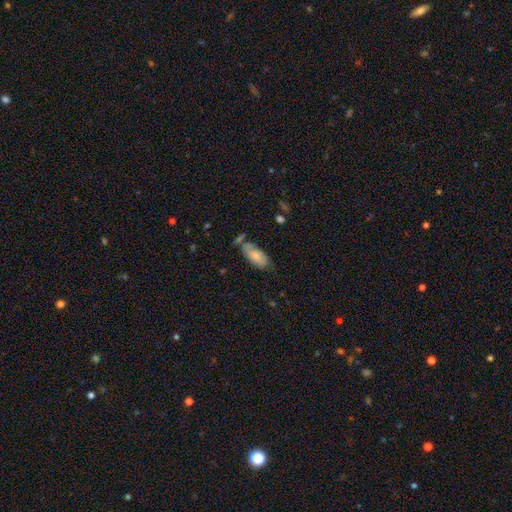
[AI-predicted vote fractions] Morphology: type=smooth (72%); roundness=in between (90%); merging=none (51%).